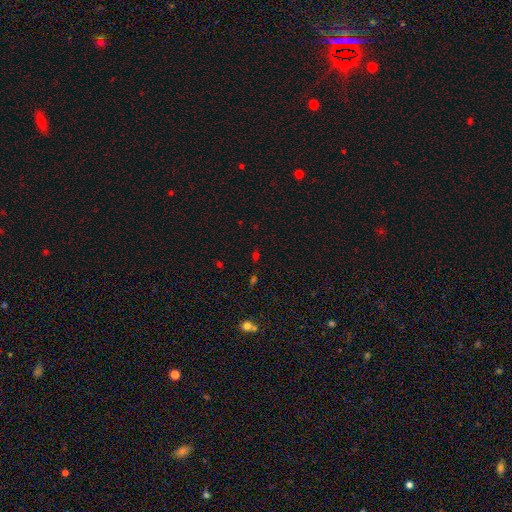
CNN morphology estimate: star or artifact 50%, smooth 41%, featured or disk 9%.